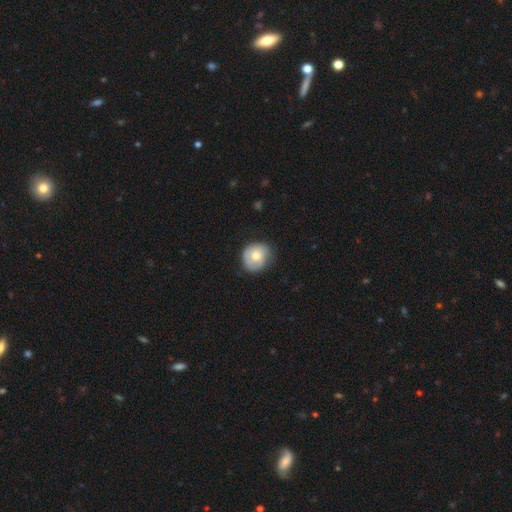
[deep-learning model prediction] Smooth or featured?
  - smooth: 66% *
  - featured or disk: 27%
  - star or artifact: 7%
How rounded?
  - round: 79% *
  - in between: 21%
  - cigar-shaped: 1%
Merging?
  - none: 69% *
  - minor disturbance: 24%
  - major disturbance: 6%
  - merger: 1%